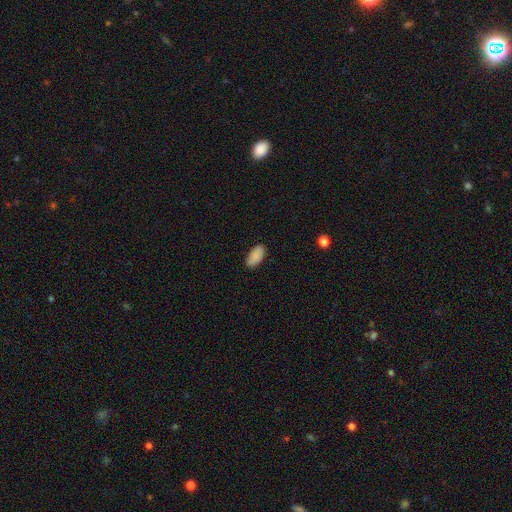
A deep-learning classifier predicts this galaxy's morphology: Overall: smooth (88%). How rounded: in between (94%). Merging: none (86%).